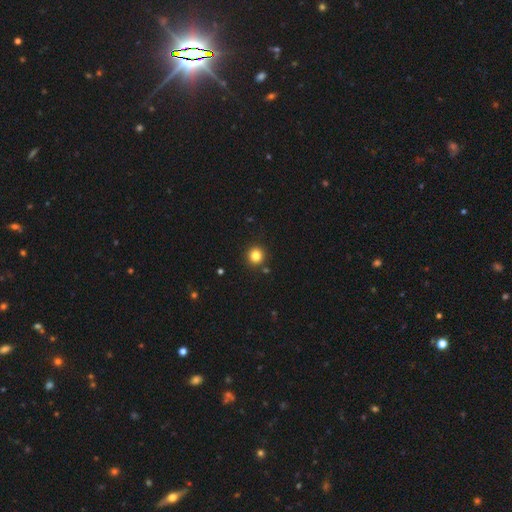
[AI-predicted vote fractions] Smooth or featured?
  - smooth: 81% *
  - star or artifact: 13%
  - featured or disk: 5%
How rounded?
  - round: 94% *
  - in between: 5%
  - cigar-shaped: 1%
Merging?
  - none: 90% *
  - minor disturbance: 5%
  - merger: 3%
  - major disturbance: 2%